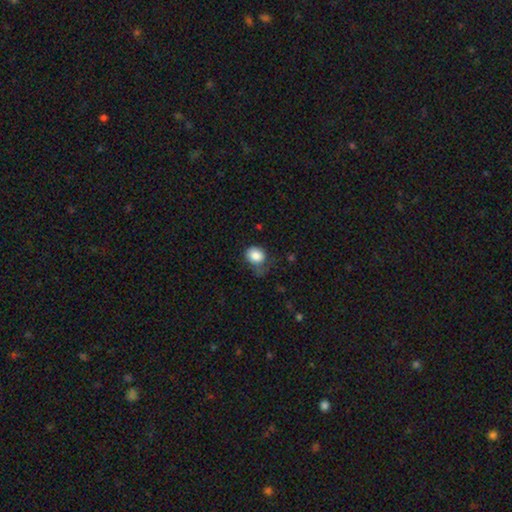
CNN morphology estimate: A smooth galaxy with no disk features (84%) that is round (63%). Merging: none (40%).